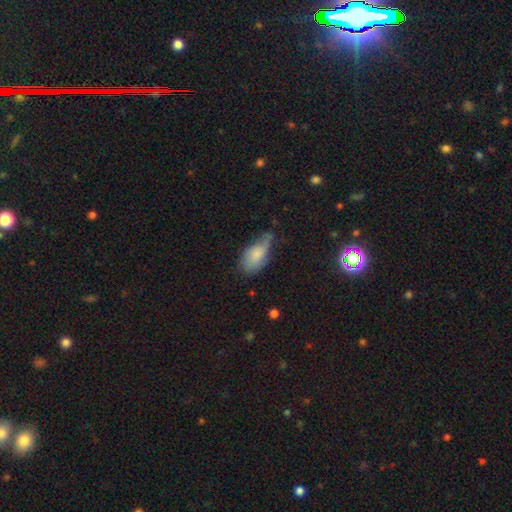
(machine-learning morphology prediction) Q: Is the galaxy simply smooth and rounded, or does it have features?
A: smooth — 76%.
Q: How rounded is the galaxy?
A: in between — 90%.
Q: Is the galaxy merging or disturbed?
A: minor disturbance — 44%.